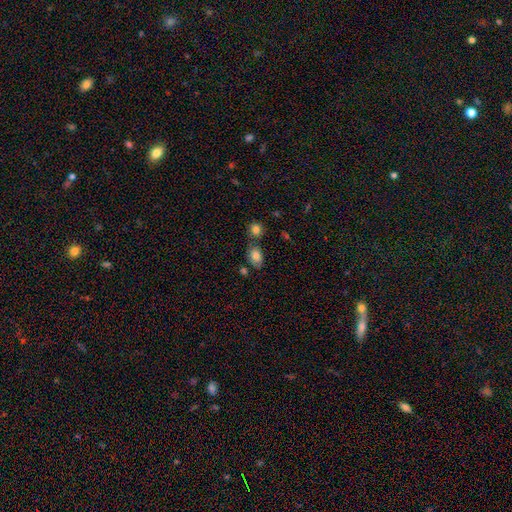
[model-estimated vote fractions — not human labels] A smooth galaxy with no disk features (80%) that is in between round and cigar-shaped (81%).

Vote fractions:
- Smooth or featured? smooth: 80% / featured or disk: 12% / star or artifact: 9%
- How rounded? in between: 81% / round: 17% / cigar-shaped: 2%
- Merging? none: 59% / merger: 19% / minor disturbance: 17% / major disturbance: 5%